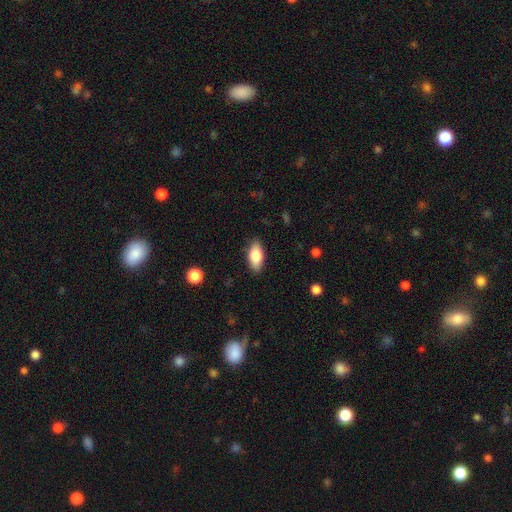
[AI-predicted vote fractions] Q: Smooth or featured?
A: smooth (78%); runner-up: featured or disk (15%)
Q: How rounded?
A: in between (87%); runner-up: cigar-shaped (9%)
Q: Merging?
A: none (87%); runner-up: minor disturbance (10%)